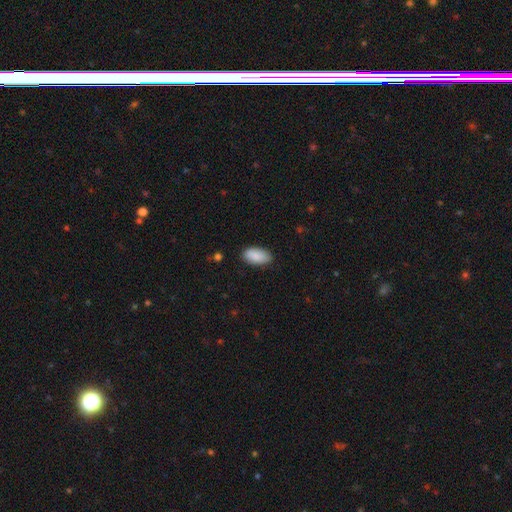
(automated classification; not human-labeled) smooth 89%, star or artifact 6%, featured or disk 5%. Down the decision tree: how rounded — in between (94%); merging — none (83%).